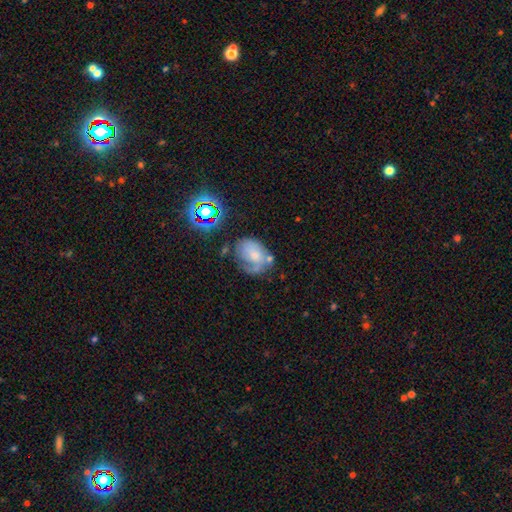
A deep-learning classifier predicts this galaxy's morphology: The model was most divided on "smooth or featured": smooth: 48%, featured or disk: 39%, star or artifact: 13%. Remaining: merging — none (38%).